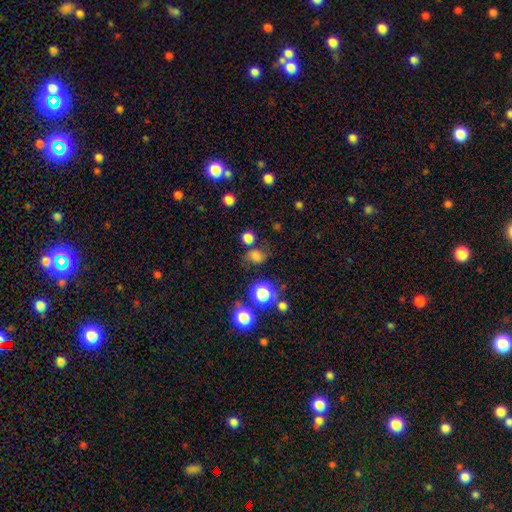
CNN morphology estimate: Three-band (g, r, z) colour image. It shows a smooth galaxy with no disk features (70%) that is round (68%). Merging: none (66%).